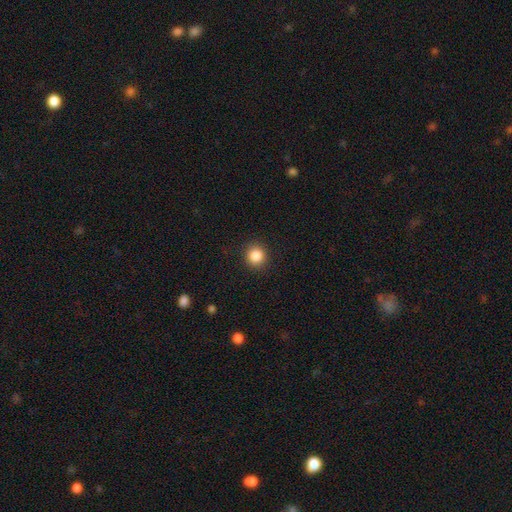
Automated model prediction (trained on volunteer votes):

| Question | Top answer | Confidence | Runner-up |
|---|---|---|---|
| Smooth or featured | smooth | 86% | star or artifact (10%) |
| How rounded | round | 91% | in between (8%) |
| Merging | none | 91% | minor disturbance (6%) |